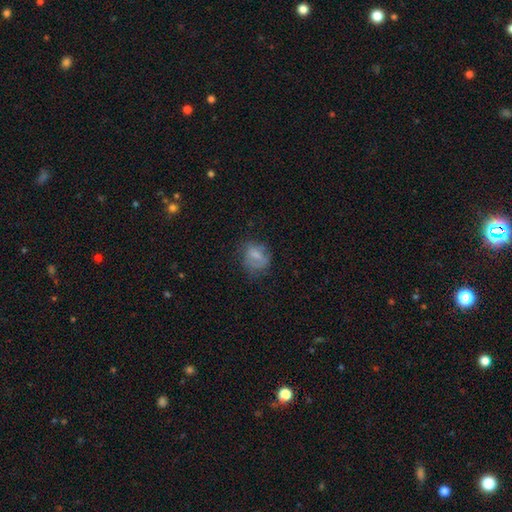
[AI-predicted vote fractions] Smooth or featured? Predicted: smooth (p=0.61). How rounded? Predicted: round (p=0.55). Merging? Predicted: none (p=0.54).